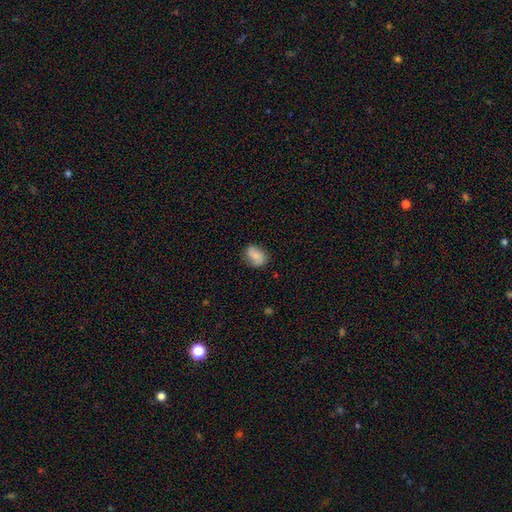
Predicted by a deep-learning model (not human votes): This appears to be a smooth galaxy with no disk features (74%) that is in between round and cigar-shaped (76%). Merging: none (74%).